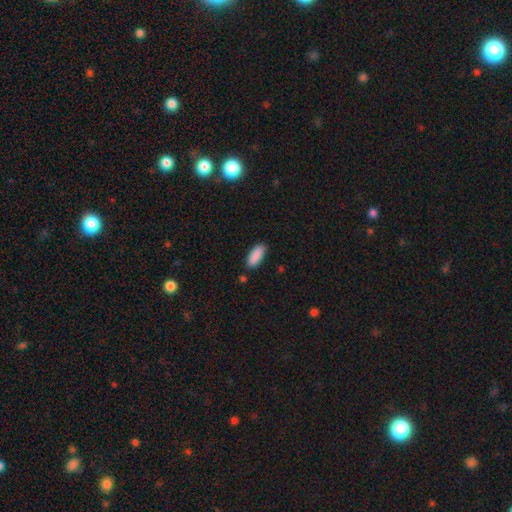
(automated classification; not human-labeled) This appears to be a smooth galaxy with no disk features (90%) that is in between round and cigar-shaped (75%). Merging: none (85%).